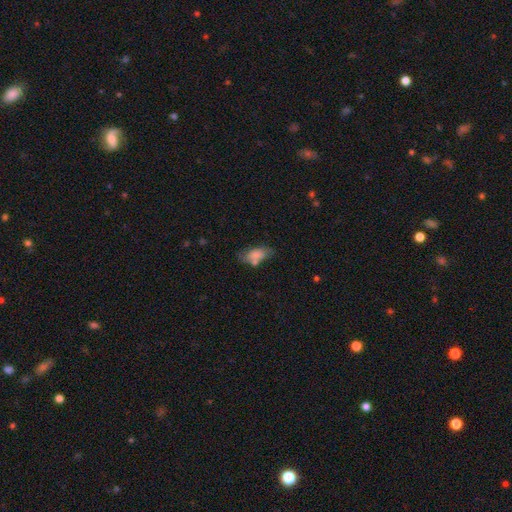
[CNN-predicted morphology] smooth_or_featured: smooth (p=0.75) [alt: featured or disk p=0.17]
how_rounded: in between (p=0.88) [alt: cigar-shaped p=0.08]
merging: none (p=0.49) [alt: minor disturbance p=0.24]